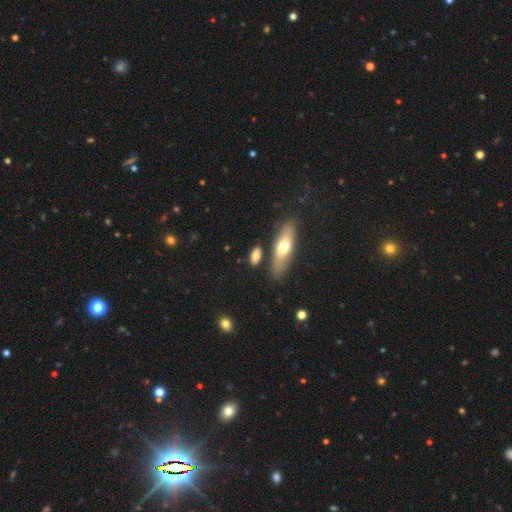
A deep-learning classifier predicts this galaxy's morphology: Overall: smooth (71%). How rounded: in between (63%; cigar-shaped 28%). Merging: none (74%).